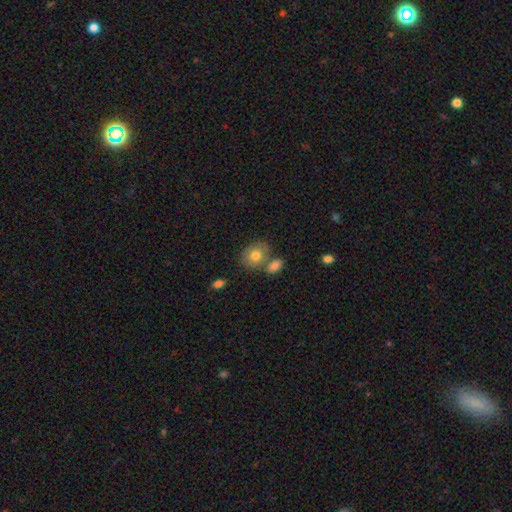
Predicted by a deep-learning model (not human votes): A smooth galaxy with no disk features (77%) that is in between round and cigar-shaped (52%).

Vote fractions:
- Smooth or featured? smooth: 77% / featured or disk: 15% / star or artifact: 8%
- How rounded? in between: 52% / round: 47% / cigar-shaped: 1%
- Merging? none: 58% / merger: 25% / minor disturbance: 14% / major disturbance: 4%